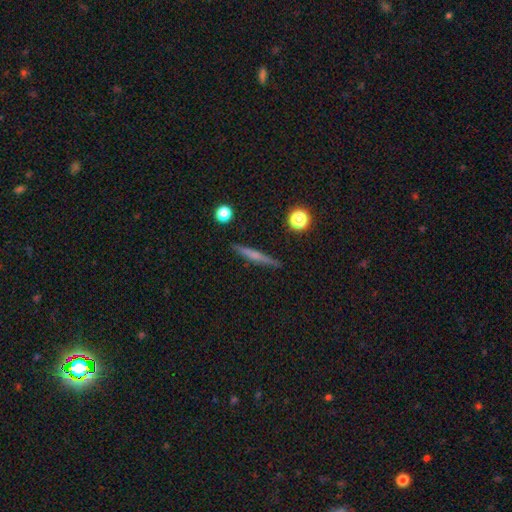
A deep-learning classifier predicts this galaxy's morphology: smooth_or_featured: smooth (p=0.47) [alt: featured or disk p=0.45]
merging: none (p=0.90) [alt: minor disturbance p=0.06]